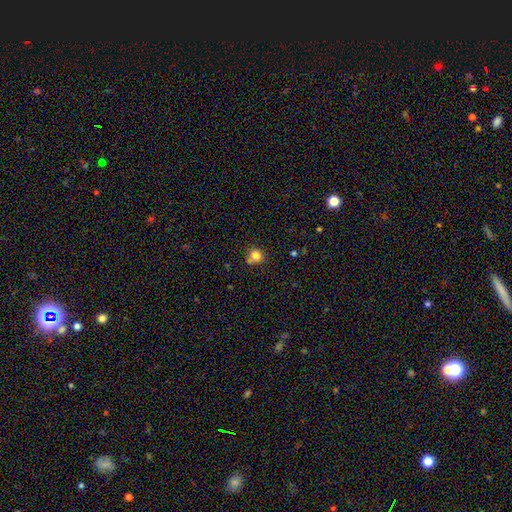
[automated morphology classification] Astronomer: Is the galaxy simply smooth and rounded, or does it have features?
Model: smooth — 80%.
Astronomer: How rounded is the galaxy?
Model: round — 84%.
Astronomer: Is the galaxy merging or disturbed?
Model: none — 64%.